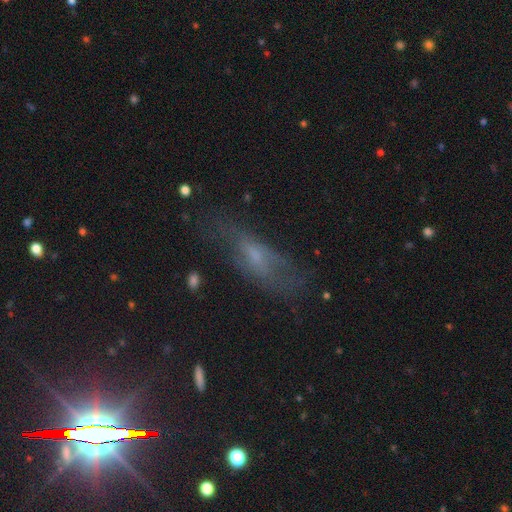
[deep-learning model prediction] smooth-or-featured: featured or disk: 41% | smooth: 38% | star or artifact: 21%
  merging: none: 58% | minor disturbance: 23% | major disturbance: 16% | merger: 3%